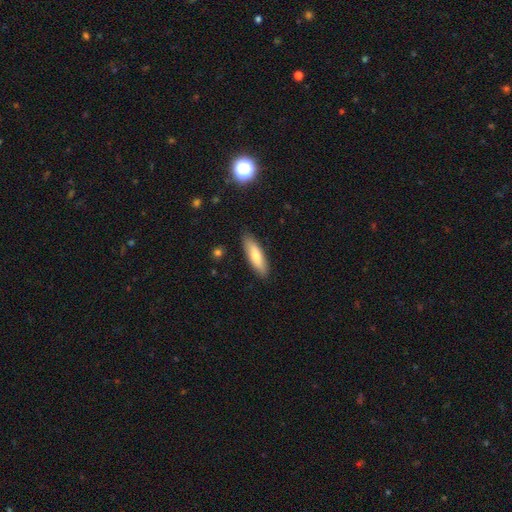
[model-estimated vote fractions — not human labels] Smooth or featured? Predicted: smooth (p=0.74). How rounded? Predicted: cigar-shaped (p=0.57). Merging? Predicted: none (p=0.87).